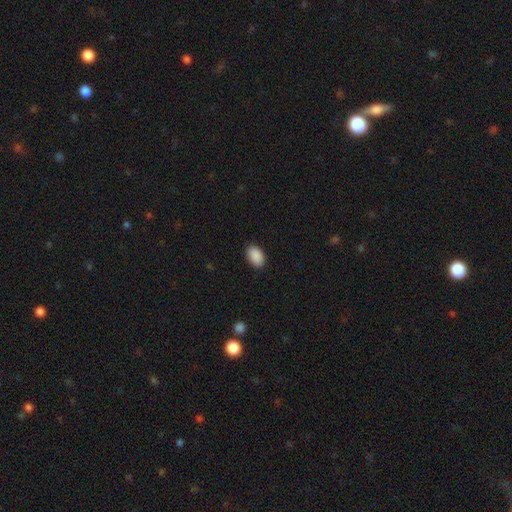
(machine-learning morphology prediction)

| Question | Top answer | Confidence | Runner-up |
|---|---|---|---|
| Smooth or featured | smooth | 91% | star or artifact (7%) |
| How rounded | in between | 90% | round (8%) |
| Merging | none | 89% | minor disturbance (8%) |